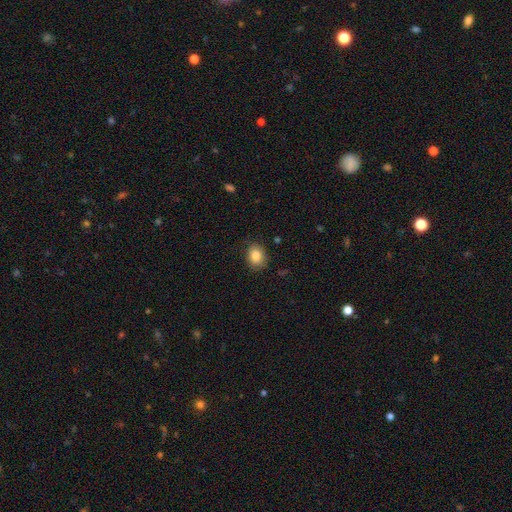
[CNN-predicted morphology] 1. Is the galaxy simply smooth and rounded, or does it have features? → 85% smooth, 9% star or artifact, 6% featured or disk.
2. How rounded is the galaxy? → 51% in between, 48% round, 1% cigar-shaped.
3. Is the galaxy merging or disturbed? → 81% none, 14% minor disturbance, 3% major disturbance, 1% merger.